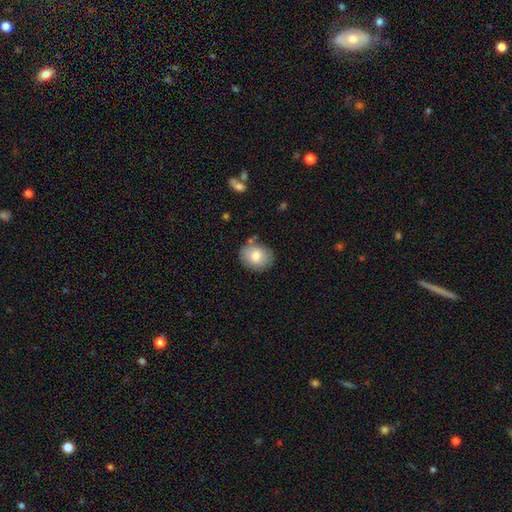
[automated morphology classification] Q: Smooth or featured?
A: smooth (80%); runner-up: featured or disk (13%)
Q: How rounded?
A: round (60%); runner-up: in between (39%)
Q: Merging?
A: none (80%); runner-up: minor disturbance (13%)